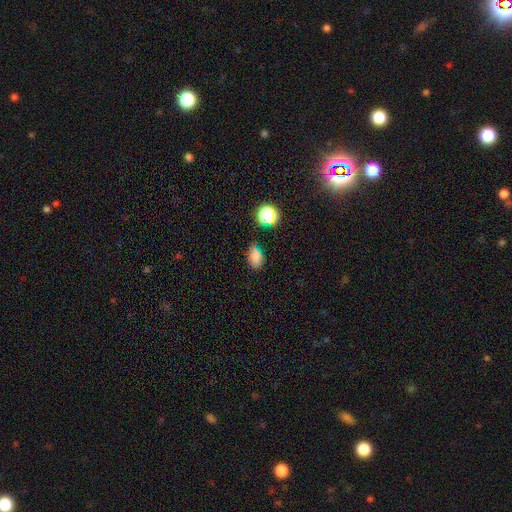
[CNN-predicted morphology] A smooth galaxy with no disk features (75%) that is in between round and cigar-shaped (76%).

Vote fractions:
- Smooth or featured? smooth: 75% / star or artifact: 19% / featured or disk: 6%
- How rounded? in between: 76% / round: 22% / cigar-shaped: 2%
- Merging? none: 63% / minor disturbance: 26% / major disturbance: 7% / merger: 4%